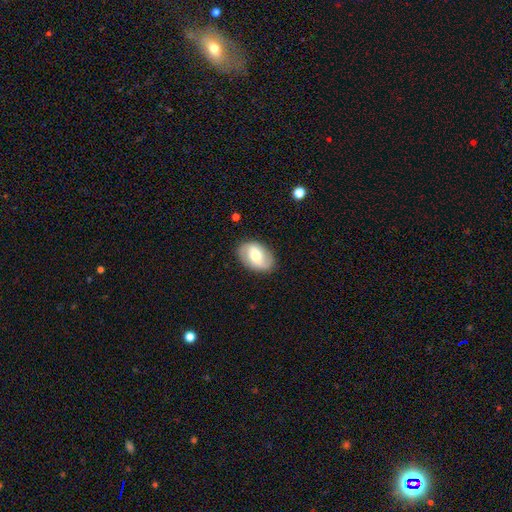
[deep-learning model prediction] A featured or disk galaxy (54%) with a weak bar (40%), spiral arms (72%) and a moderate central bulge (67%). Merging: none (84%).